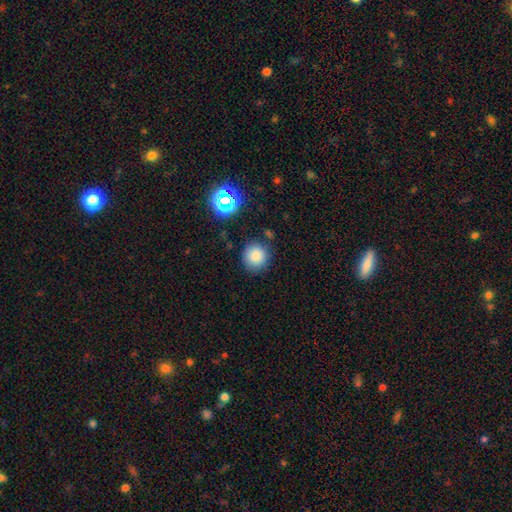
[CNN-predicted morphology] Overall: smooth (81%). How rounded: round (91%). Merging: none (83%).